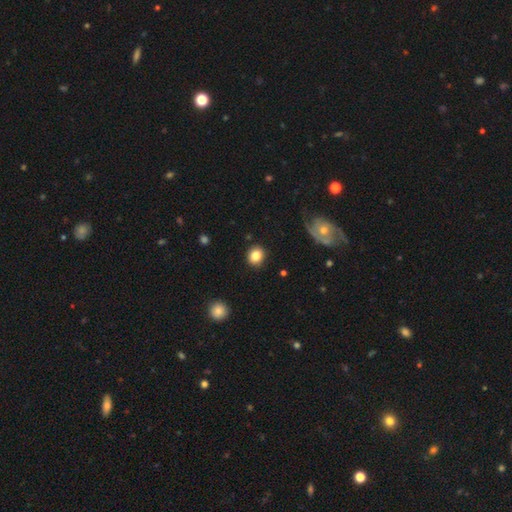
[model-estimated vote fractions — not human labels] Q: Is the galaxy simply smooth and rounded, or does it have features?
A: smooth — 85%.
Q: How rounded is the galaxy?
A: round — 72%.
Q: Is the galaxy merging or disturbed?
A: none — 89%.